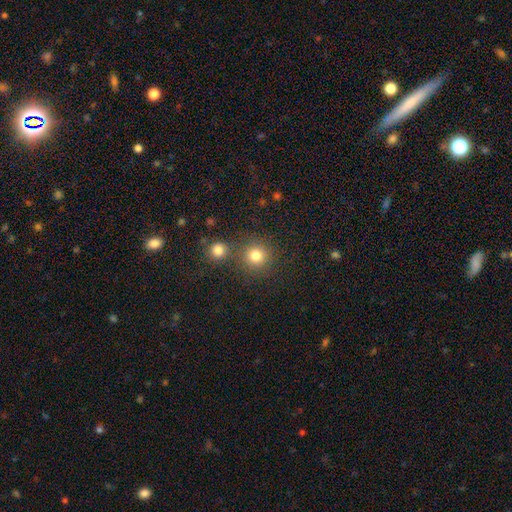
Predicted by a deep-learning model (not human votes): Smooth or featured: smooth — 80% (star or artifact — 14%)
How rounded: round — 92% (in between — 7%)
Merging: none — 73% (merger — 16%)